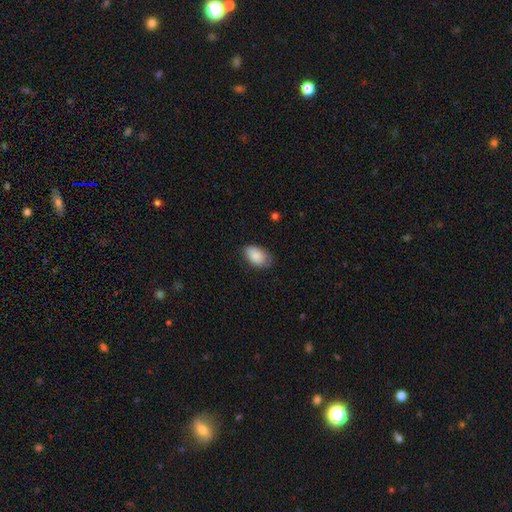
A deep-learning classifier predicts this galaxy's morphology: Overall: smooth (86%). How rounded: in between (92%). Merging: none (67%).